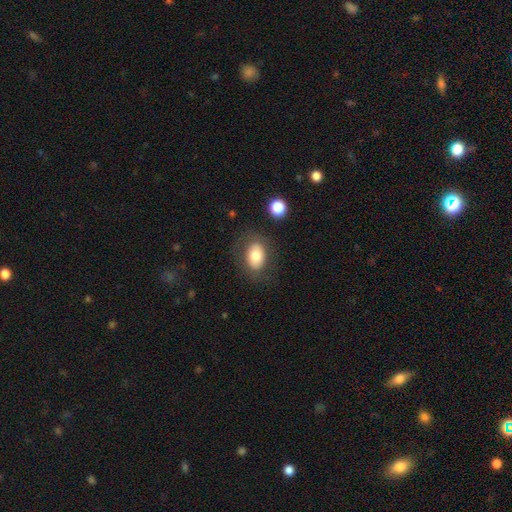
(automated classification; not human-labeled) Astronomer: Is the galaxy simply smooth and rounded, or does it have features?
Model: smooth — 75%.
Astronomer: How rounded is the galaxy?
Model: in between — 80%.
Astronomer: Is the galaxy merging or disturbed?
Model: none — 77%.